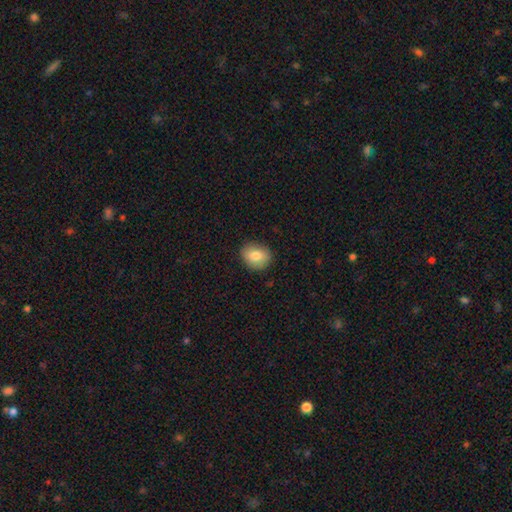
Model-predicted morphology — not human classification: Smooth or featured?
  - smooth: 81% *
  - featured or disk: 11%
  - star or artifact: 8%
How rounded?
  - round: 50% *
  - in between: 49%
  - cigar-shaped: 1%
Merging?
  - none: 87% *
  - minor disturbance: 10%
  - major disturbance: 2%
  - merger: 1%